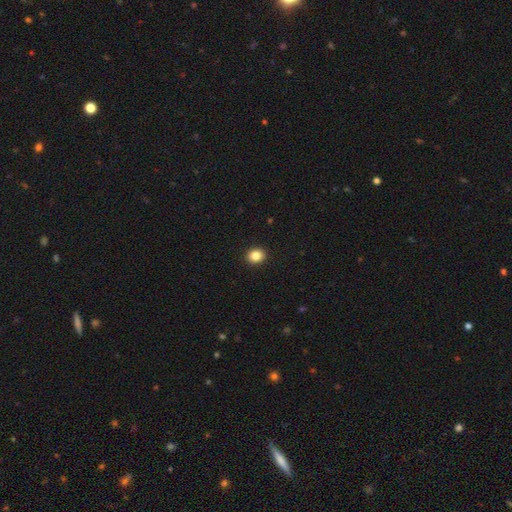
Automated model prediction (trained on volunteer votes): Smooth or featured? Predicted: smooth (p=0.84). How rounded? Predicted: round (p=0.72). Merging? Predicted: none (p=0.93).